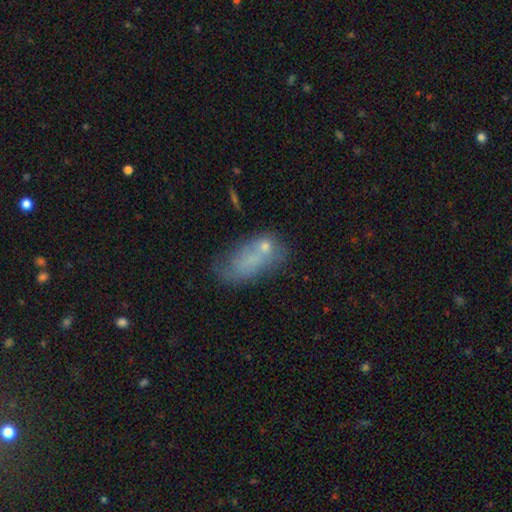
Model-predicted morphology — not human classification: A smooth galaxy with no disk features (57%) that is in between round and cigar-shaped (84%). Merging: none (37%).